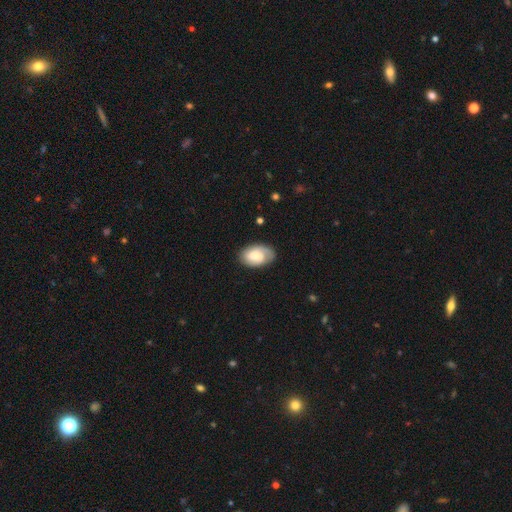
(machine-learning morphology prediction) Smooth or featured?
  - featured or disk: 48% *
  - smooth: 45%
  - star or artifact: 6%
Merging?
  - none: 74% *
  - minor disturbance: 18%
  - major disturbance: 6%
  - merger: 1%